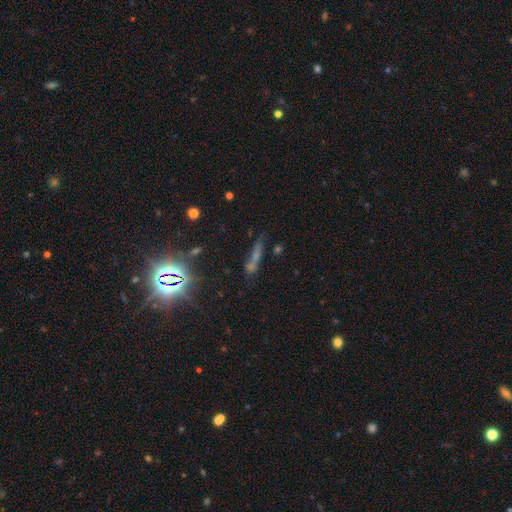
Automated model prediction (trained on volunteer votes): Smooth or featured?
  - star or artifact: 44% *
  - smooth: 32%
  - featured or disk: 24%